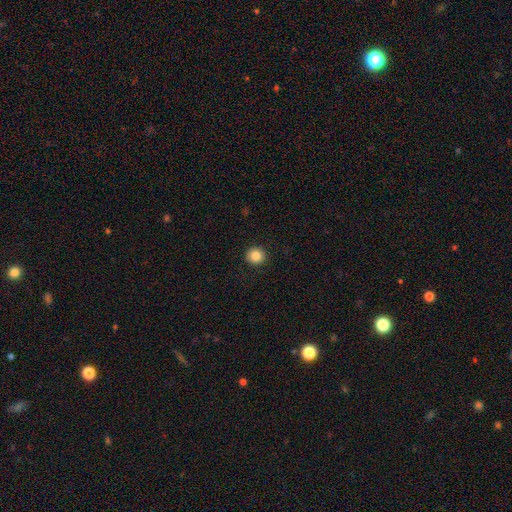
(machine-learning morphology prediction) Q: Smooth or featured?
A: smooth (85%); runner-up: star or artifact (9%)
Q: How rounded?
A: round (92%); runner-up: in between (7%)
Q: Merging?
A: none (92%); runner-up: minor disturbance (5%)